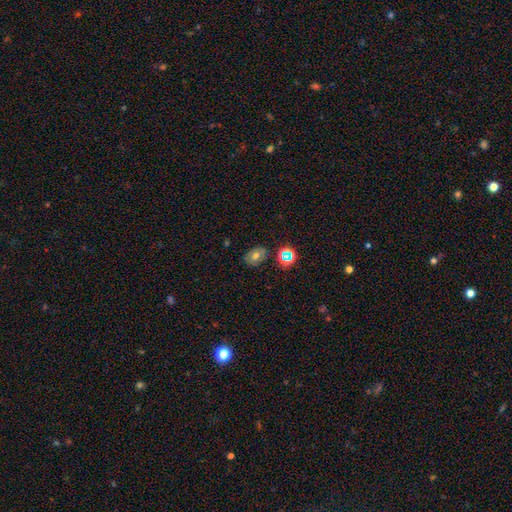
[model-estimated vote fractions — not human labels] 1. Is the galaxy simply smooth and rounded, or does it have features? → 57% smooth, 24% featured or disk, 19% star or artifact.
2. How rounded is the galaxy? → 72% in between, 26% round, 1% cigar-shaped.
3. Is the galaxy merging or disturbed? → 79% none, 14% minor disturbance, 4% merger, 4% major disturbance.